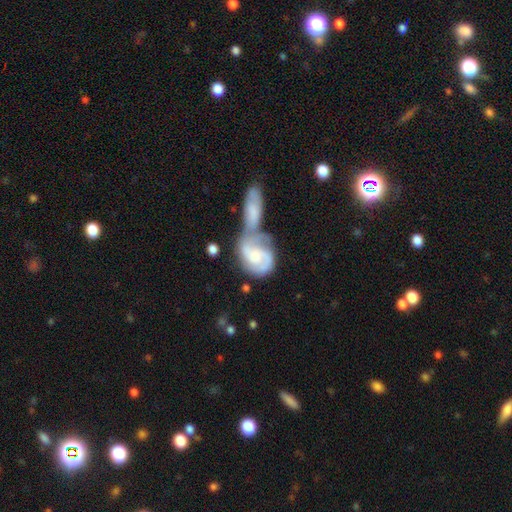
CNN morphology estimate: Smooth or featured?
  - featured or disk: 71% *
  - smooth: 24%
  - star or artifact: 5%
Edge-on disk?
  - no: 96% *
  - yes: 4%
Bar?
  - no: 58% *
  - weak: 35%
  - strong: 7%
Spiral arms?
  - yes: 91% *
  - no: 9%
Spiral winding?
  - medium: 45% *
  - tight: 32%
  - loose: 23%
Spiral arm count?
  - 2: 70% *
  - can't tell: 14%
  - 1: 8%
  - 3: 5%
  - 4: 2%
  - more than 4: 1%
Bulge size?
  - moderate: 44% *
  - small: 35%
  - none: 11%
  - large: 8%
  - dominant: 2%
Merging?
  - merger: 63% *
  - none: 18%
  - minor disturbance: 10%
  - major disturbance: 9%